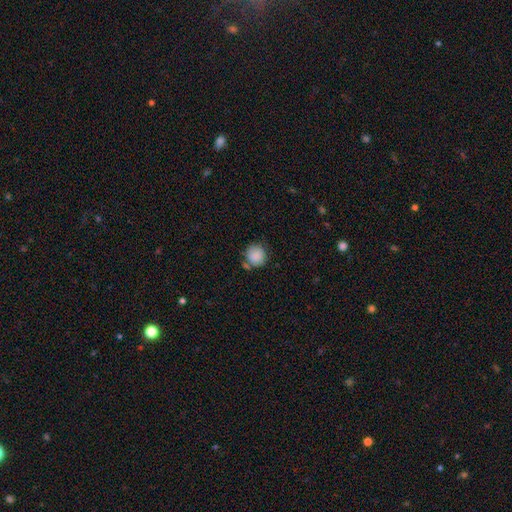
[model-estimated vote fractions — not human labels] Overall: smooth (88%). How rounded: round (89%). Merging: none (67%).